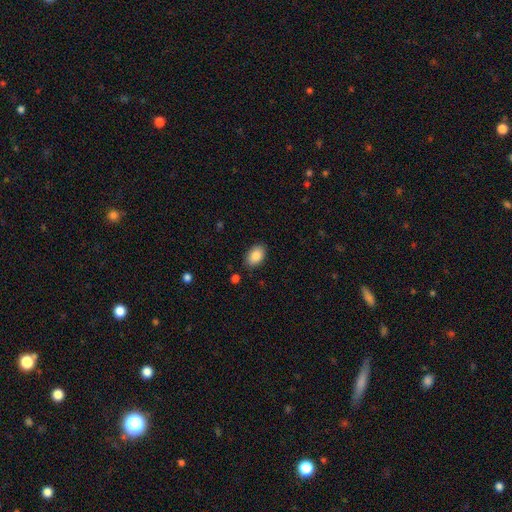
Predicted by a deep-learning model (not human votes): Smooth or featured?
  - smooth: 88% *
  - star or artifact: 7%
  - featured or disk: 5%
How rounded?
  - in between: 90% *
  - round: 9%
  - cigar-shaped: 1%
Merging?
  - none: 86% *
  - minor disturbance: 10%
  - major disturbance: 2%
  - merger: 2%